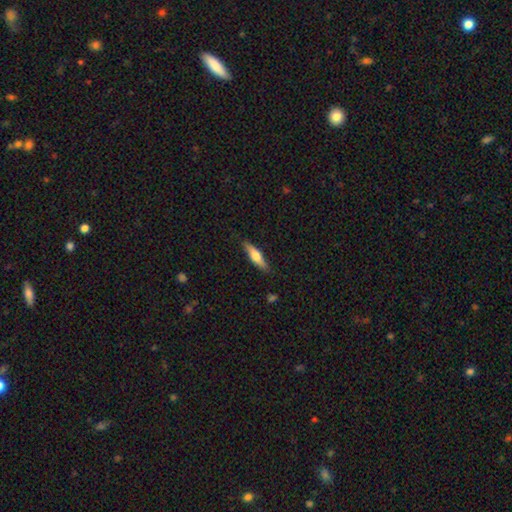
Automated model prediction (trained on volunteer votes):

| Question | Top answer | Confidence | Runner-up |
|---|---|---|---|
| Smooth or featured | smooth | 55% | featured or disk (39%) |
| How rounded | cigar-shaped | 71% | in between (27%) |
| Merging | none | 84% | minor disturbance (12%) |